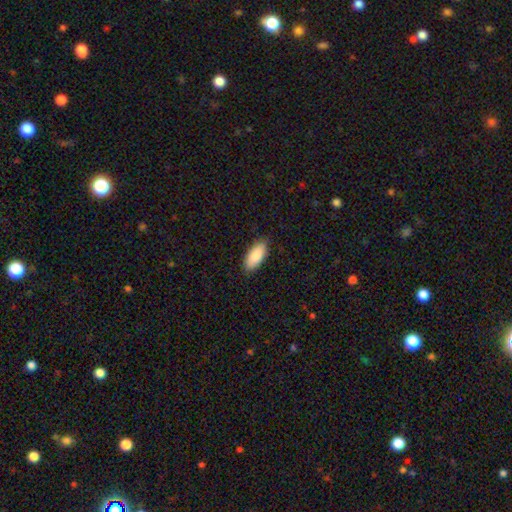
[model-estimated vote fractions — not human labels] Smooth or featured?
  - smooth: 89% *
  - star or artifact: 6%
  - featured or disk: 5%
How rounded?
  - in between: 89% *
  - cigar-shaped: 9%
  - round: 2%
Merging?
  - none: 87% *
  - minor disturbance: 10%
  - major disturbance: 2%
  - merger: 1%